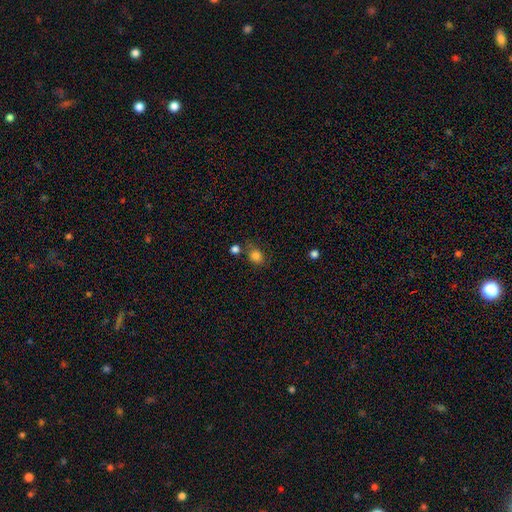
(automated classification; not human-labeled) Smooth or featured?
  - smooth: 82% *
  - star or artifact: 12%
  - featured or disk: 6%
How rounded?
  - round: 64% *
  - in between: 35%
  - cigar-shaped: 1%
Merging?
  - none: 62% *
  - minor disturbance: 18%
  - merger: 13%
  - major disturbance: 7%